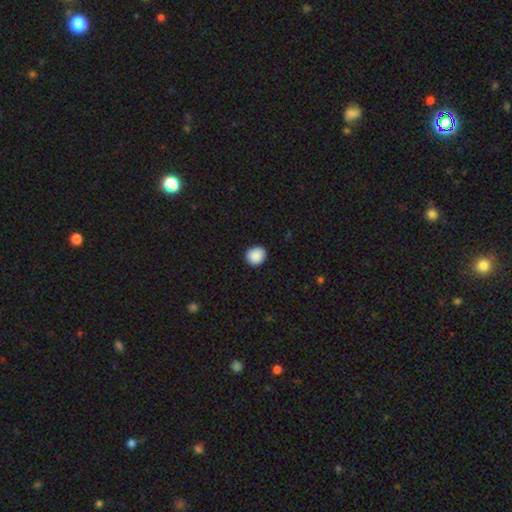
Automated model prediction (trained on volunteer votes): smooth-or-featured: smooth: 90% | star or artifact: 8% | featured or disk: 3%
  how-rounded: round: 81% | in between: 18% | cigar-shaped: 1%
  merging: none: 91% | minor disturbance: 6% | major disturbance: 2% | merger: 1%